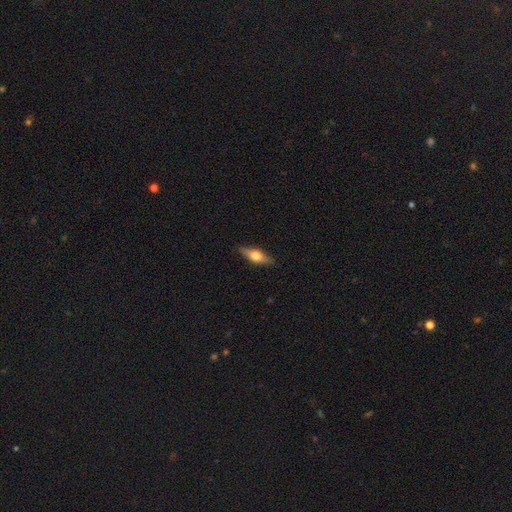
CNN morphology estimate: Overall: smooth (50%; featured or disk 44%). How rounded: in between (53%; cigar-shaped 44%). Merging: none (88%).